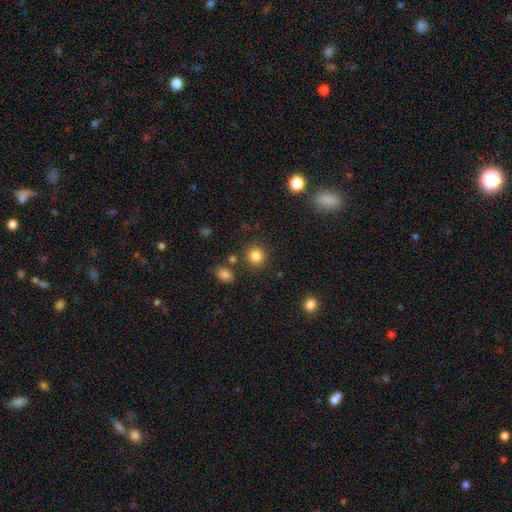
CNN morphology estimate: A smooth galaxy with no disk features (84%) that is round (91%).

Vote fractions:
- Smooth or featured? smooth: 84% / star or artifact: 11% / featured or disk: 5%
- How rounded? round: 91% / in between: 9% / cigar-shaped: 1%
- Merging? none: 85% / minor disturbance: 7% / merger: 4% / major disturbance: 3%